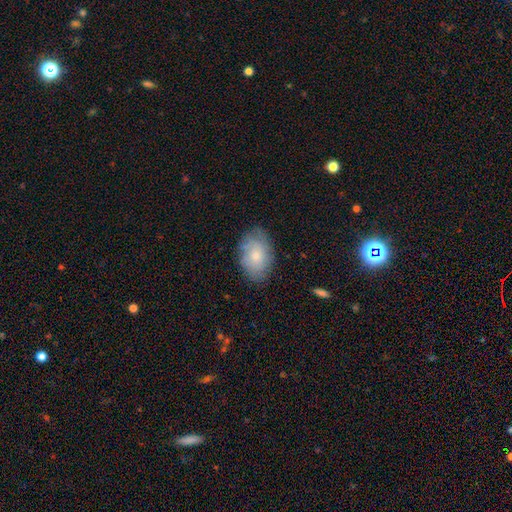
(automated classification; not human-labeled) Overall: smooth (67%). How rounded: in between (87%). Merging: none (76%).